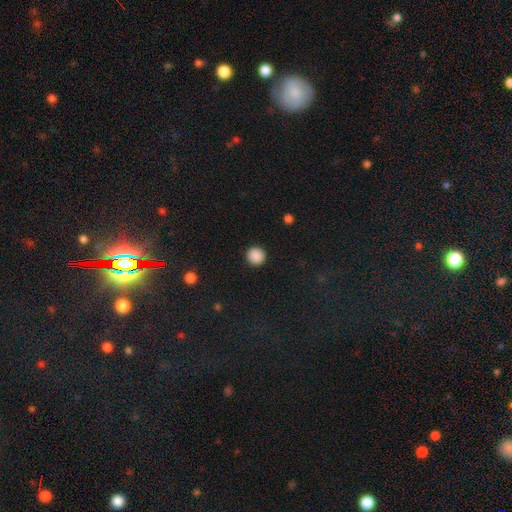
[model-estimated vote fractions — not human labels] smooth-or-featured: smooth: 89% | star or artifact: 9% | featured or disk: 2%
  how-rounded: round: 94% | in between: 5% | cigar-shaped: 1%
  merging: none: 92% | minor disturbance: 5% | major disturbance: 2% | merger: 1%